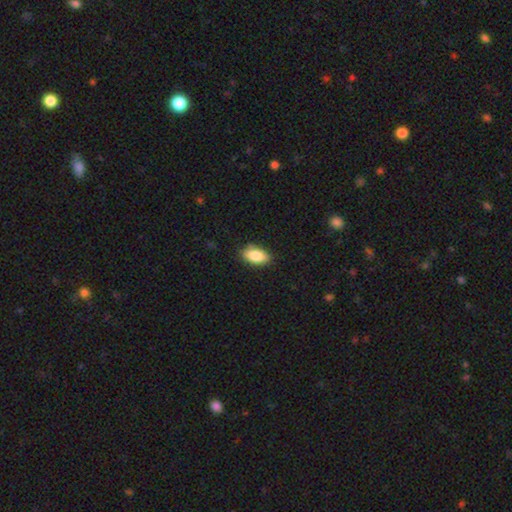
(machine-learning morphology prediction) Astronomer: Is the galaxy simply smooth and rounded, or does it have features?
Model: smooth — 86%.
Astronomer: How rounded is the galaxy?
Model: in between — 90%.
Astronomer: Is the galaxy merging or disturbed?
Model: none — 82%.